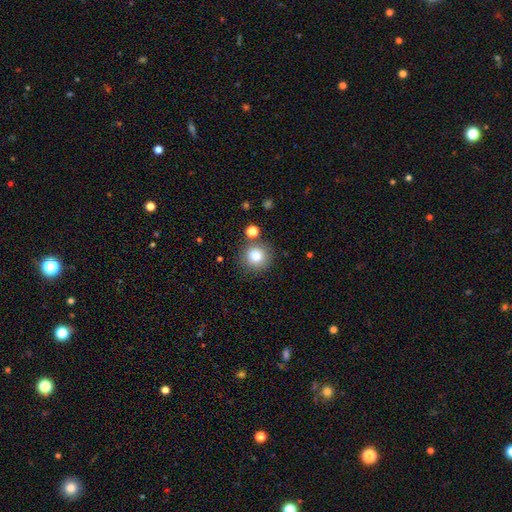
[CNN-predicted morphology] Smooth or featured?
  - smooth: 81% *
  - star or artifact: 12%
  - featured or disk: 8%
How rounded?
  - round: 93% *
  - in between: 6%
  - cigar-shaped: 1%
Merging?
  - none: 81% *
  - minor disturbance: 9%
  - merger: 7%
  - major disturbance: 3%